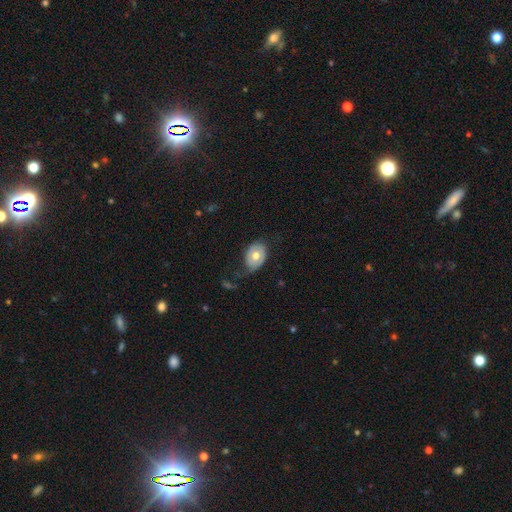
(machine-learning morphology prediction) Smooth or featured? Predicted: smooth (p=0.52). How rounded? Predicted: in between (p=0.73). Merging? Predicted: none (p=0.51).